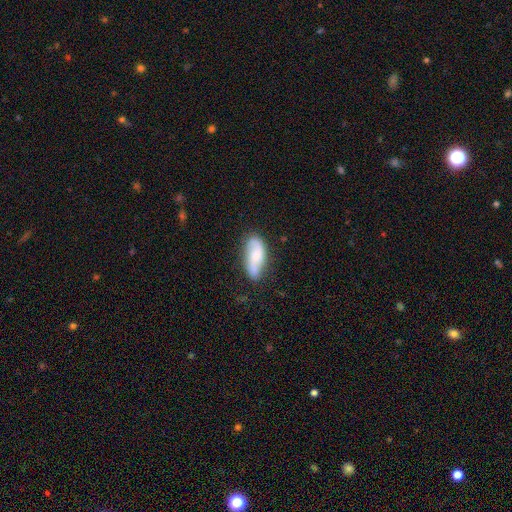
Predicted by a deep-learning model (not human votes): Smooth or featured?
  - featured or disk: 54% *
  - smooth: 39%
  - star or artifact: 7%
Edge-on disk?
  - no: 92% *
  - yes: 8%
Merging?
  - none: 71% *
  - minor disturbance: 21%
  - major disturbance: 6%
  - merger: 2%